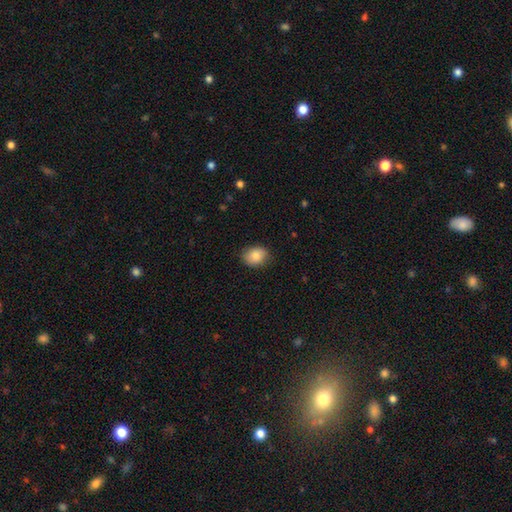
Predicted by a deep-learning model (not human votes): Overall: smooth (86%). How rounded: in between (58%; round 42%). Merging: none (81%).